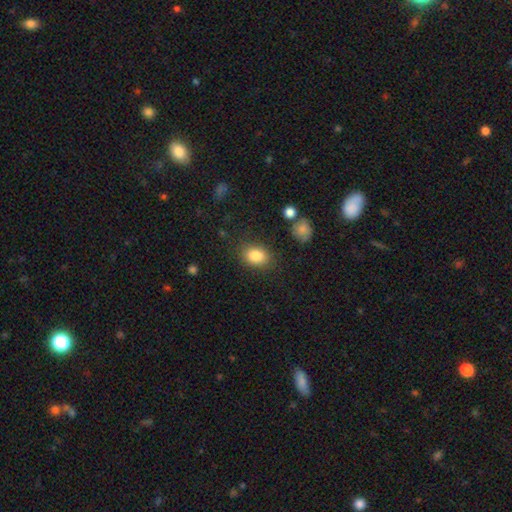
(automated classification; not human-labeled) Smooth or featured? smooth (85%)
How rounded? in between (72%)
Merging? none (82%)